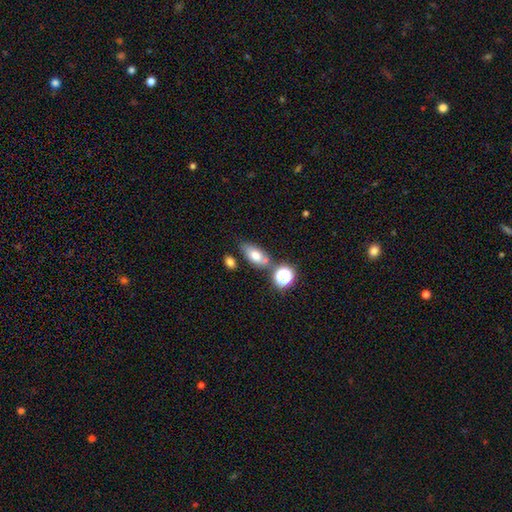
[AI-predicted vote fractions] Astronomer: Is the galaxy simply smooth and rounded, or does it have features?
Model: smooth — 71%.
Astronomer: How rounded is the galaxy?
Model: in between — 82%.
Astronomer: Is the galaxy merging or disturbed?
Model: none — 64%.